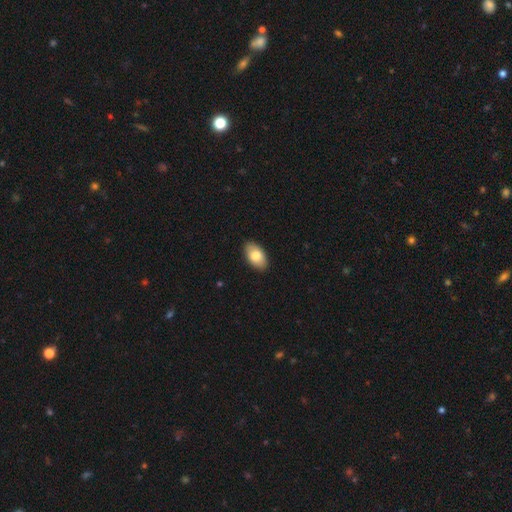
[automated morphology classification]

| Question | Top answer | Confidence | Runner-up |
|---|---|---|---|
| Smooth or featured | smooth | 81% | featured or disk (13%) |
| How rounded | in between | 94% | round (4%) |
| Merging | none | 90% | minor disturbance (8%) |